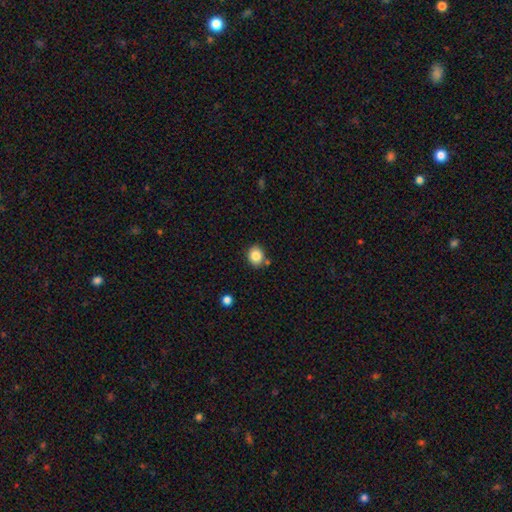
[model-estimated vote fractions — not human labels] A smooth galaxy with no disk features (84%) that is round (71%).

Vote fractions:
- Smooth or featured? smooth: 84% / star or artifact: 10% / featured or disk: 6%
- How rounded? round: 71% / in between: 28% / cigar-shaped: 1%
- Merging? none: 80% / minor disturbance: 11% / merger: 7% / major disturbance: 3%